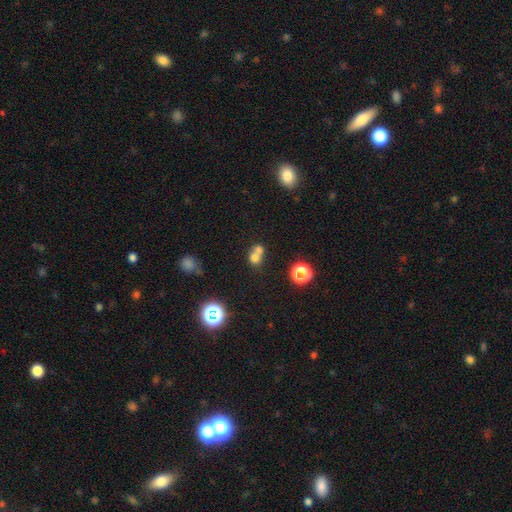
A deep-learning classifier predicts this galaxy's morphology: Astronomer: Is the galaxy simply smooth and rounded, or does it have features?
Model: smooth — 68%.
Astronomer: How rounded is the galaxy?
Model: round — 73%.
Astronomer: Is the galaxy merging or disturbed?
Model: merger — 61%.